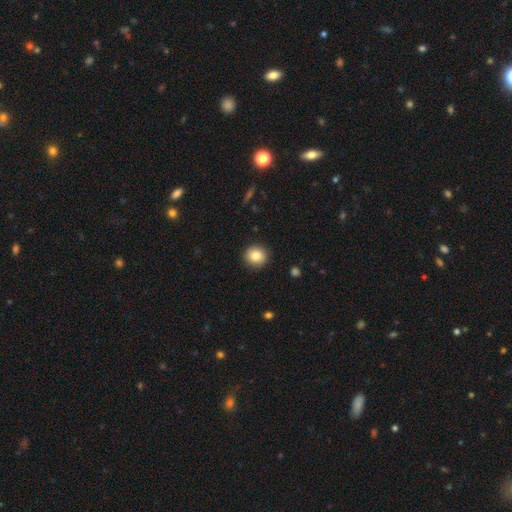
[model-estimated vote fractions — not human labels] Smooth or featured: smooth — 84% (star or artifact — 9%)
How rounded: round — 91% (in between — 8%)
Merging: none — 91% (minor disturbance — 6%)